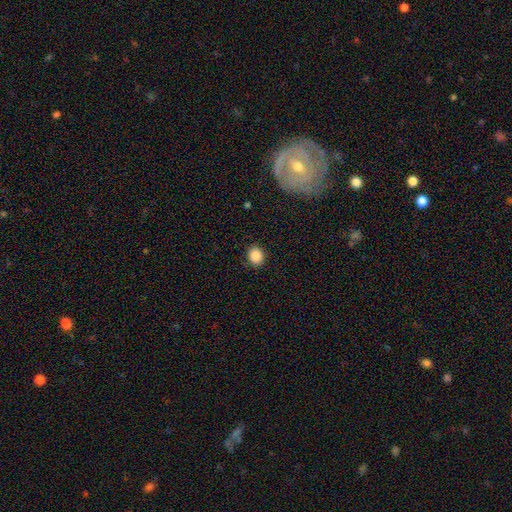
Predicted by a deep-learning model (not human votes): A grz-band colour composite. It shows a smooth galaxy with no disk features (87%) that is round (66%). Merging: none (89%).